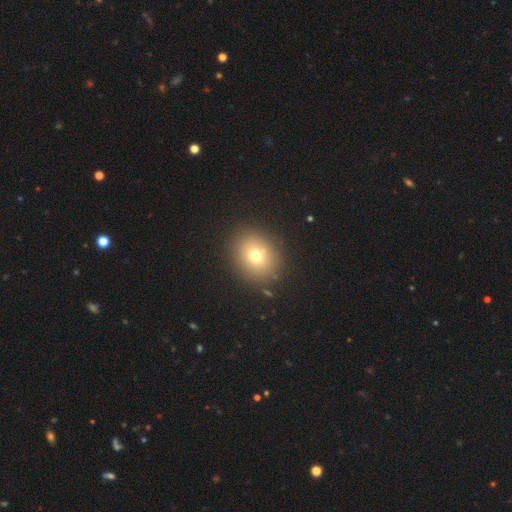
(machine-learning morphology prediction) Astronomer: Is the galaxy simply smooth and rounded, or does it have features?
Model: smooth — 72%.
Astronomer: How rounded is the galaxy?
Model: round — 68%.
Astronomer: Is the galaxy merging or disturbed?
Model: none — 85%.